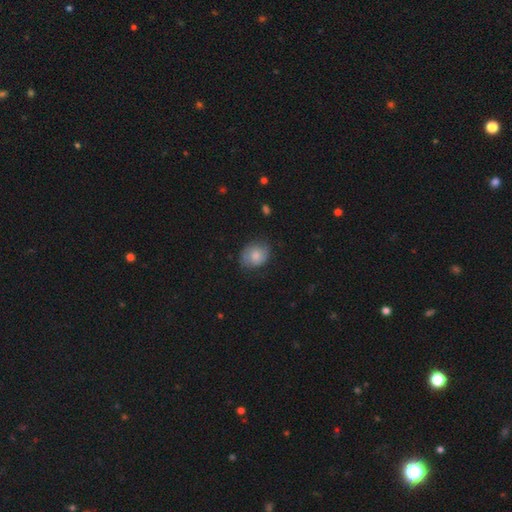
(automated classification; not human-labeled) smooth_or_featured: smooth (p=0.67) [alt: featured or disk p=0.26]
how_rounded: round (p=0.54) [alt: in between p=0.45]
merging: none (p=0.68) [alt: minor disturbance p=0.23]